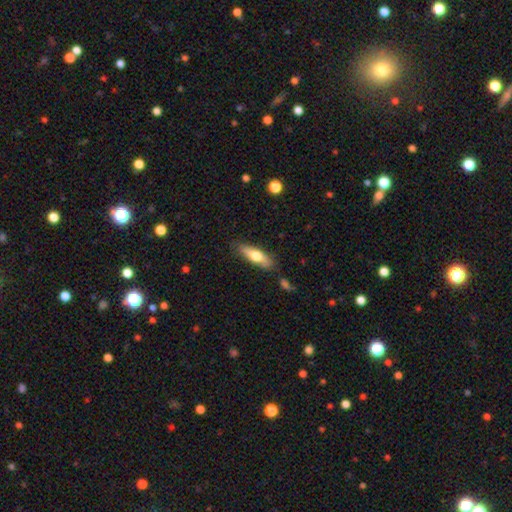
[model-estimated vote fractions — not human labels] Smooth or featured? smooth (61%)
How rounded? cigar-shaped (52%)
Merging? none (79%)